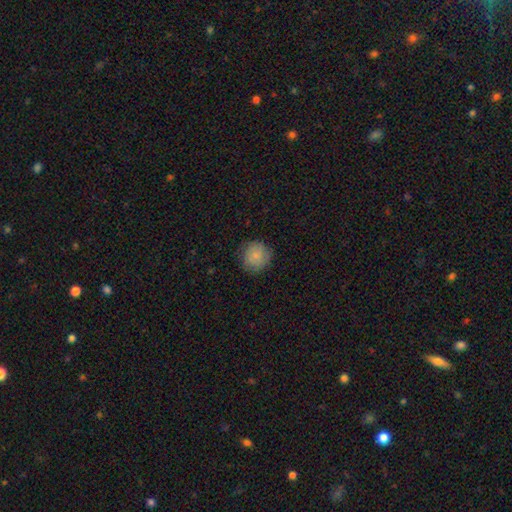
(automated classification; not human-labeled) The model was most divided on "merging": none: 79%, minor disturbance: 16%, major disturbance: 4%, merger: 1%. More confident: how rounded — round (91%); smooth or featured — smooth (82%).